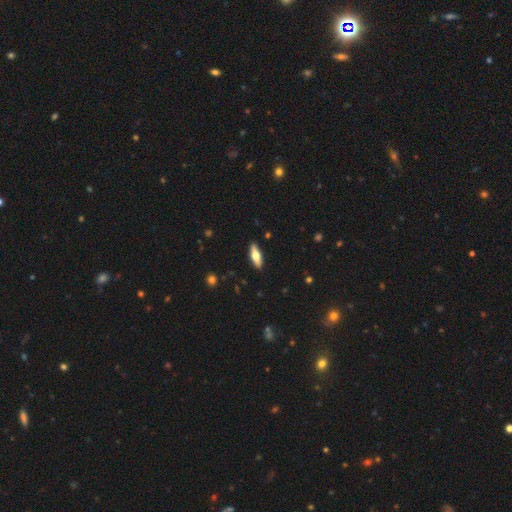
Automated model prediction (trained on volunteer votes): Morphology: type=smooth (54%); roundness=in between (51%); merging=none (90%).